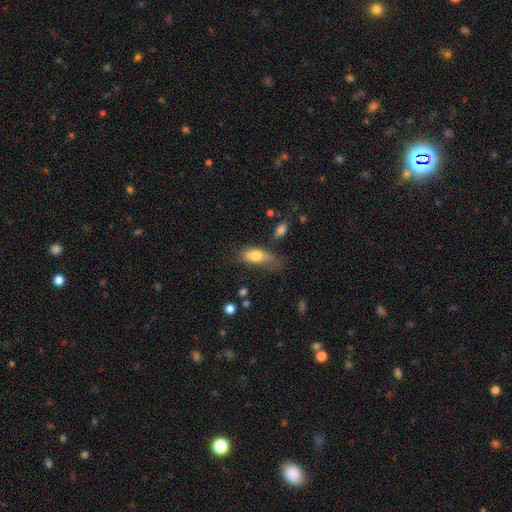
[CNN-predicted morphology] A smooth galaxy with no disk features (78%) that is in between round and cigar-shaped (86%).

Vote fractions:
- Smooth or featured? smooth: 78% / featured or disk: 14% / star or artifact: 8%
- How rounded? in between: 86% / cigar-shaped: 8% / round: 6%
- Merging? none: 34% / minor disturbance: 30% / major disturbance: 26% / merger: 9%